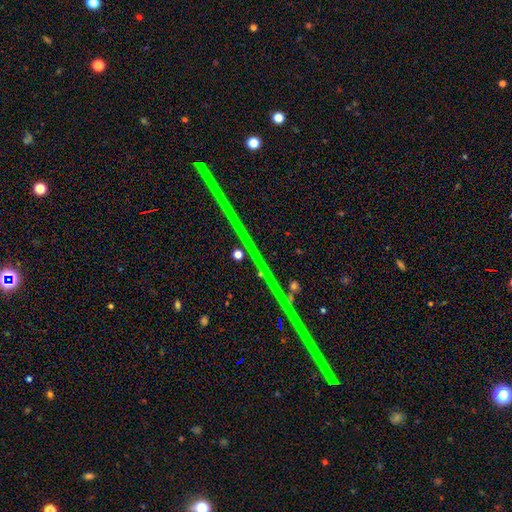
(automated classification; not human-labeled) This is clearly a star or artifact rather than a galaxy (84%).